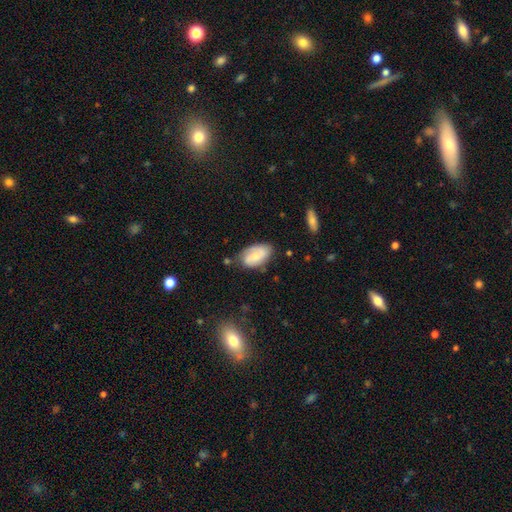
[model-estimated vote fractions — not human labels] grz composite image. It shows a smooth galaxy with no disk features (53%) that is in between round and cigar-shaped (93%). Merging: none (64%).